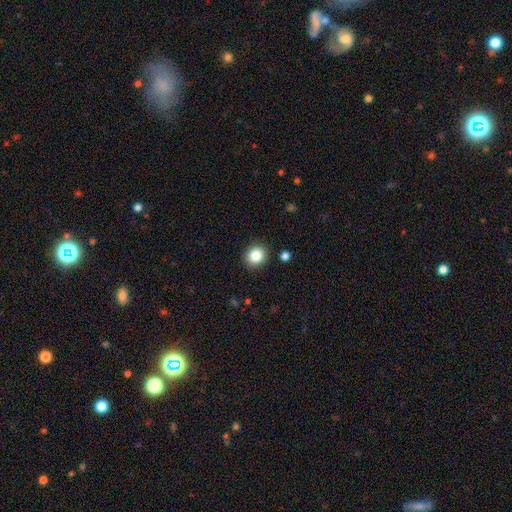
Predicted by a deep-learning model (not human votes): The model was most divided on "how rounded": round: 79%, in between: 20%, cigar-shaped: 1%. More confident: merging — none (89%); smooth or featured — smooth (85%).